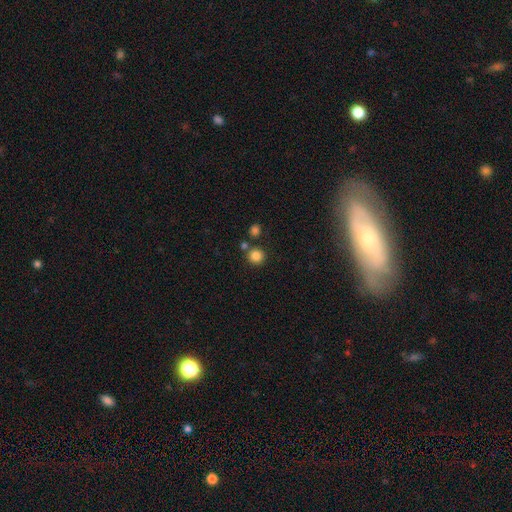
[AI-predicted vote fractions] Q: Smooth or featured?
A: smooth (84%); runner-up: star or artifact (11%)
Q: How rounded?
A: round (93%); runner-up: in between (6%)
Q: Merging?
A: none (77%); runner-up: merger (13%)